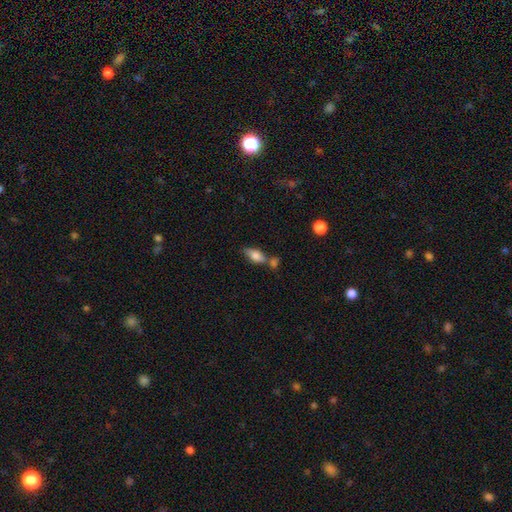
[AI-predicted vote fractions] The model was most divided on "merging": none: 46%, merger: 32%, minor disturbance: 15%, major disturbance: 6%. More confident: how rounded — in between (79%); smooth or featured — smooth (69%).